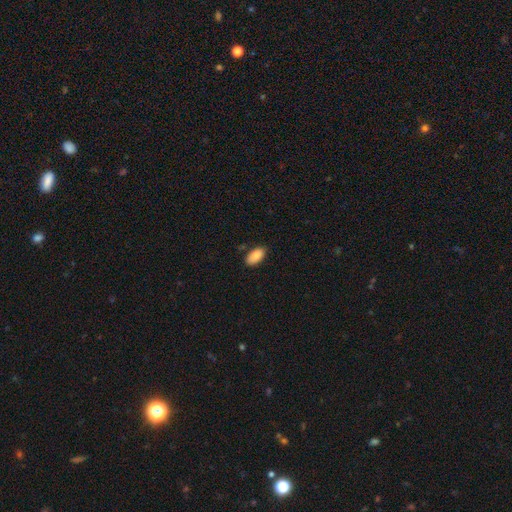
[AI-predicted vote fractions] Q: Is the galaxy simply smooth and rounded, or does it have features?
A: smooth — 87%.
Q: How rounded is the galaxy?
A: in between — 94%.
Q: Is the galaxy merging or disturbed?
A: none — 85%.